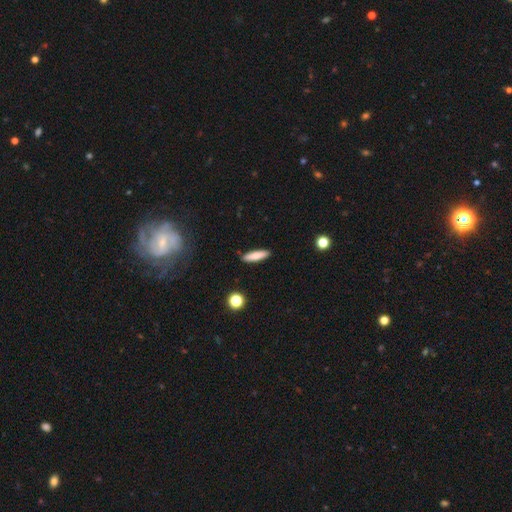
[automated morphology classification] Overall: smooth (82%). How rounded: cigar-shaped (76%). Merging: none (88%).